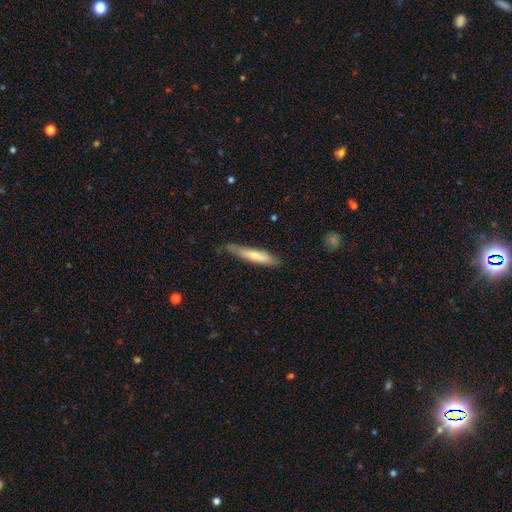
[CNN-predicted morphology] A smooth galaxy with no disk features (66%) that is cigar-shaped (85%). Merging: none (73%).